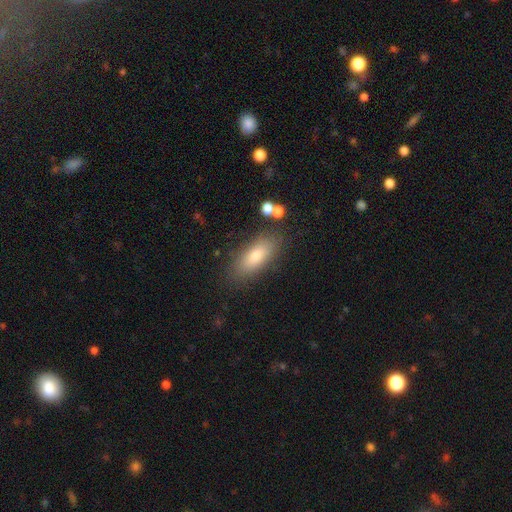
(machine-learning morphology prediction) smooth-or-featured: smooth: 76% | featured or disk: 15% | star or artifact: 8%
  how-rounded: in between: 77% | cigar-shaped: 20% | round: 3%
  merging: none: 81% | minor disturbance: 12% | major disturbance: 4% | merger: 4%